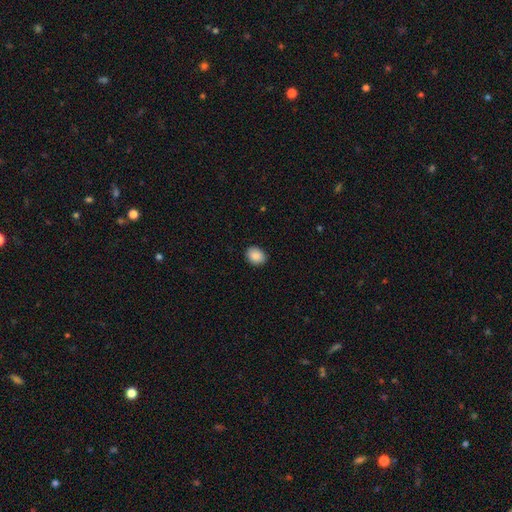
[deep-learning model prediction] This is clearly a smooth galaxy (89%). How rounded: possibly in between (60%). Merging: clearly none (89%).